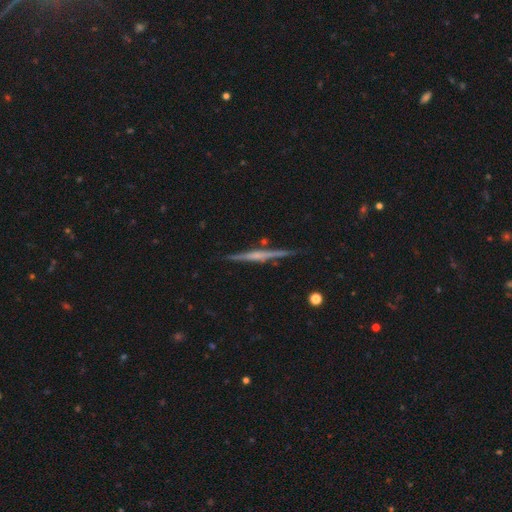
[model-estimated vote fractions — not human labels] Q: Smooth or featured?
A: featured or disk (73%); runner-up: smooth (20%)
Q: Edge-on disk?
A: yes (98%); runner-up: no (2%)
Q: Edge-on bulge?
A: none (48%); runner-up: rounded (38%)
Q: Merging?
A: none (89%); runner-up: minor disturbance (8%)